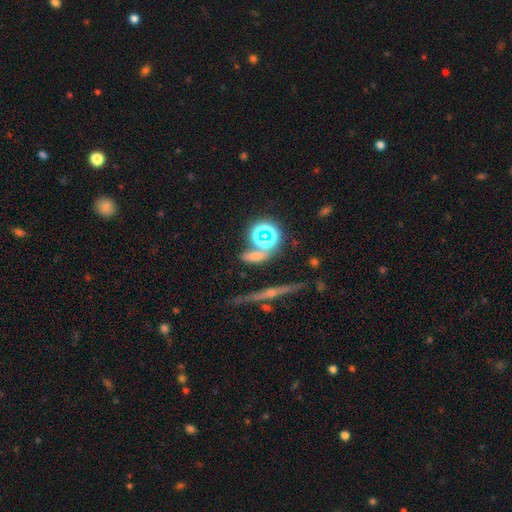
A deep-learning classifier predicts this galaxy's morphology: Smooth or featured: smooth — 44% (star or artifact — 36%)
Merging: none — 67% (merger — 14%)